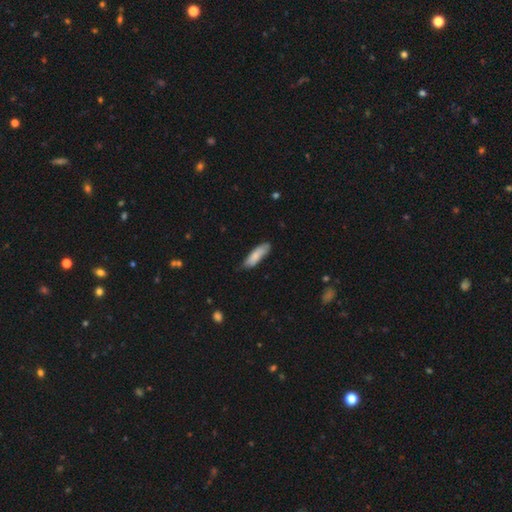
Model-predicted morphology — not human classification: A smooth galaxy with no disk features (79%) that is cigar-shaped (52%). Merging: none (68%).